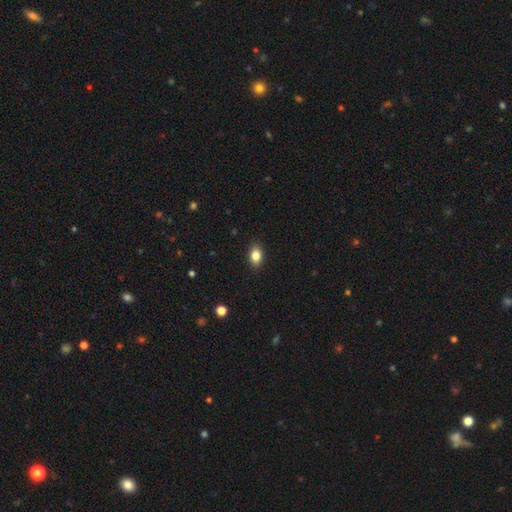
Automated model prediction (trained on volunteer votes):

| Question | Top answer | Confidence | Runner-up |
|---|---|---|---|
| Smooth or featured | smooth | 83% | star or artifact (9%) |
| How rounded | in between | 82% | round (16%) |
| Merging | none | 89% | minor disturbance (8%) |